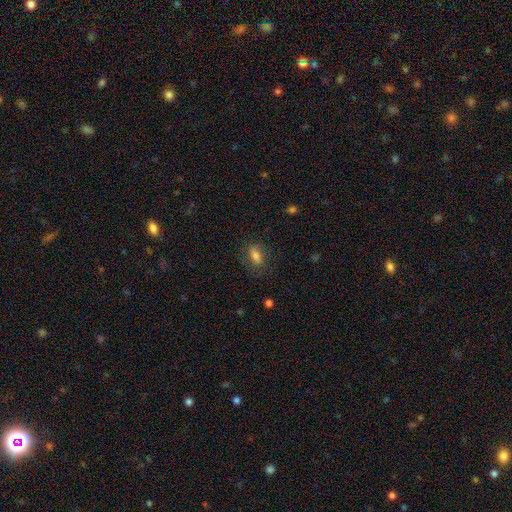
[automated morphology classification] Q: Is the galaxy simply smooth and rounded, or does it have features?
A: smooth — 75%.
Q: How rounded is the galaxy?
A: in between — 80%.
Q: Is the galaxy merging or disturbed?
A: none — 74%.